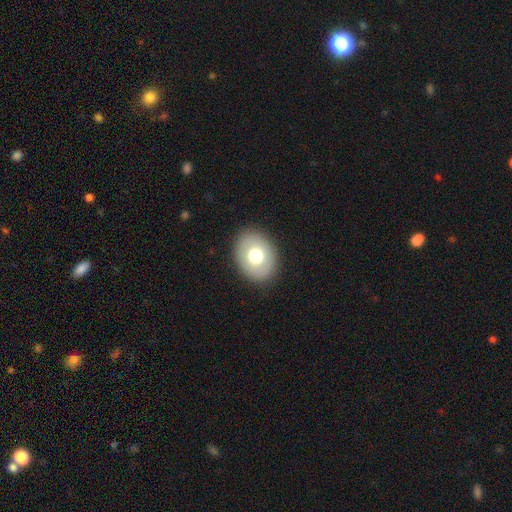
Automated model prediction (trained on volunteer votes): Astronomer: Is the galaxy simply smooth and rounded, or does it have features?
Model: smooth — 68%.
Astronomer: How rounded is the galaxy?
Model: in between — 59% (runner-up: round, 40%).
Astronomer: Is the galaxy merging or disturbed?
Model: none — 87%.